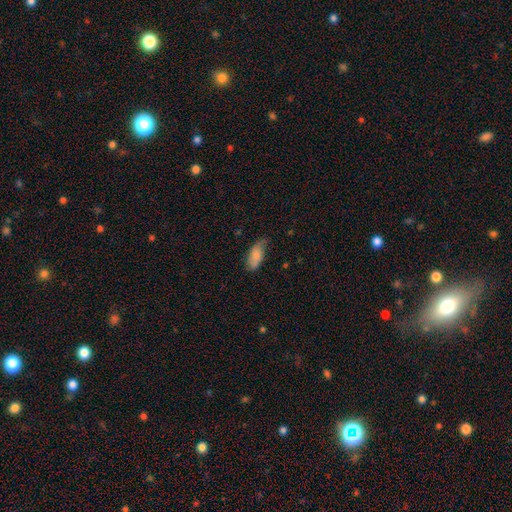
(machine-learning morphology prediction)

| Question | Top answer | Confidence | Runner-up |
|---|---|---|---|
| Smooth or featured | smooth | 78% | featured or disk (16%) |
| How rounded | in between | 85% | cigar-shaped (13%) |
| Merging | none | 57% | minor disturbance (33%) |